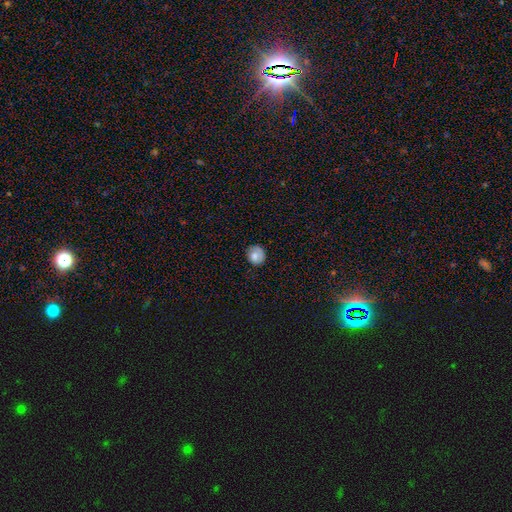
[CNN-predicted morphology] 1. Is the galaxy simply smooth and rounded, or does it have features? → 75% smooth, 16% featured or disk, 9% star or artifact.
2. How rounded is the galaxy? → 80% round, 19% in between, 1% cigar-shaped.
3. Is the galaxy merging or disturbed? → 72% none, 21% minor disturbance, 6% major disturbance, 1% merger.